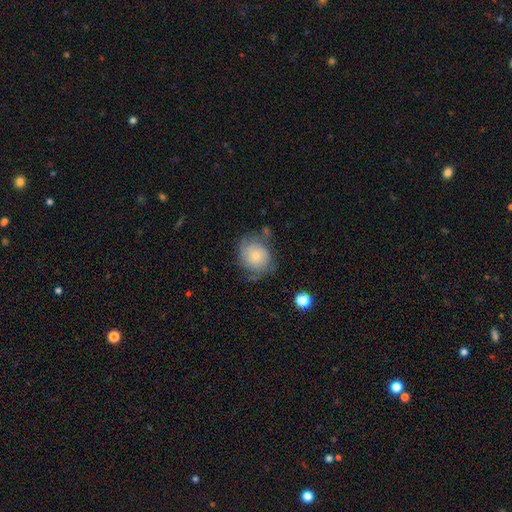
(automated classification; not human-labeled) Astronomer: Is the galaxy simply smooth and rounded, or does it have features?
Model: smooth — 63%.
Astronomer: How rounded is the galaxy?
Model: round — 74%.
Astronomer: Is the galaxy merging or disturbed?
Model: none — 56%.